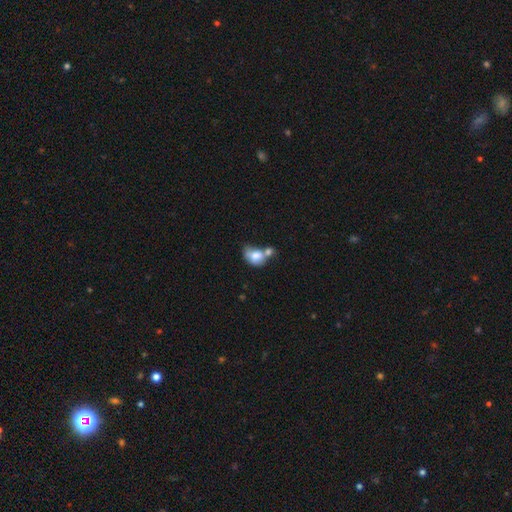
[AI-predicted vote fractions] smooth 72%, featured or disk 19%, star or artifact 8%. Down the decision tree: how rounded — in between (68%); merging — merger (53%).